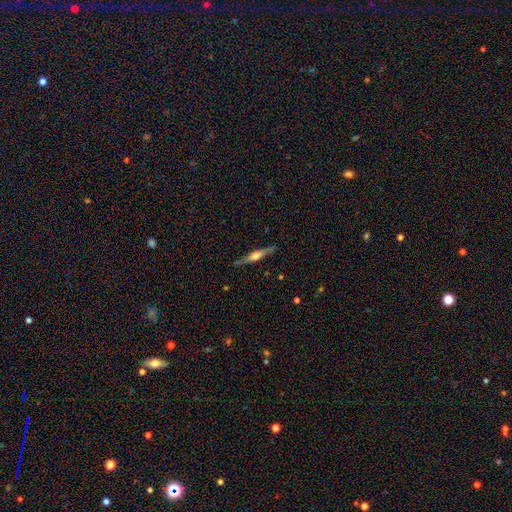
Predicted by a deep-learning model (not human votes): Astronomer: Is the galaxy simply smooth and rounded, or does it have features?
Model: featured or disk — 66%.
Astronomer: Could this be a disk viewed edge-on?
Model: yes — 96%.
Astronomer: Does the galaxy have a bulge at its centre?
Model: rounded — 75%.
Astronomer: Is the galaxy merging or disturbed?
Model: none — 85%.